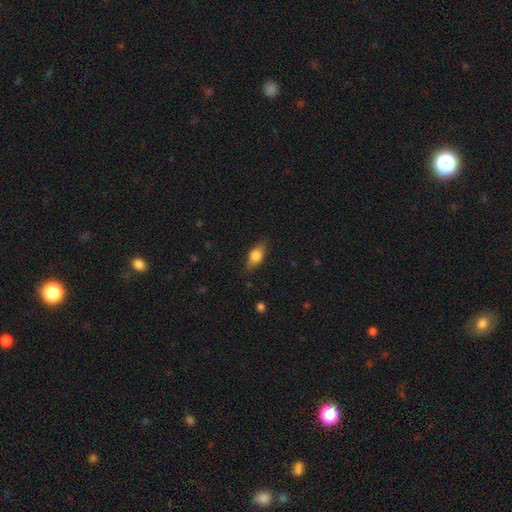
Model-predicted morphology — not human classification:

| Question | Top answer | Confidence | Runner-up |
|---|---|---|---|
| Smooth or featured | smooth | 76% | featured or disk (17%) |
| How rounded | in between | 83% | cigar-shaped (9%) |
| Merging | none | 81% | minor disturbance (14%) |